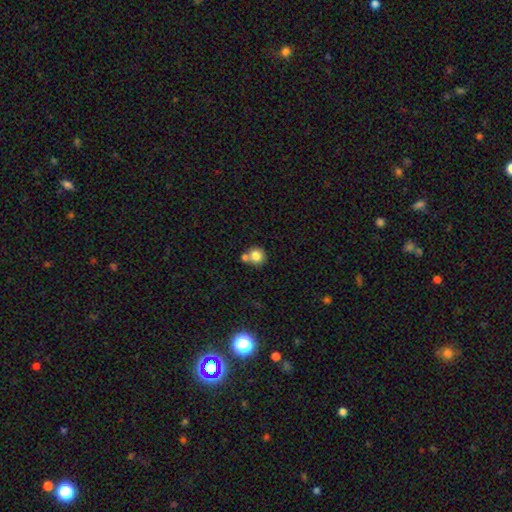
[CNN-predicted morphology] This appears to be a smooth galaxy with no disk features (81%) that is round (87%). Merging: none (53%).